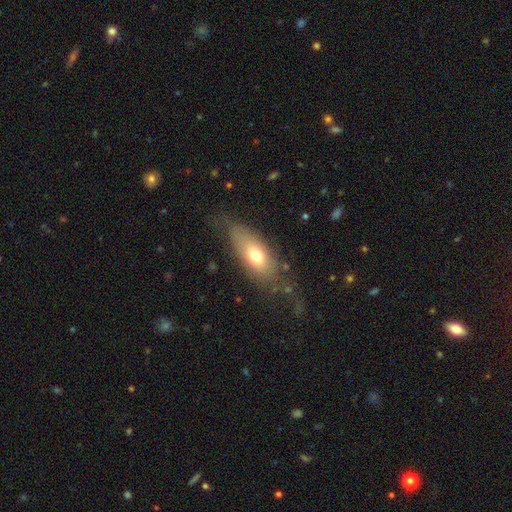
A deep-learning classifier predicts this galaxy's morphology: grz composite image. It shows a smooth galaxy with no disk features (69%) that is in between round and cigar-shaped (81%). Merging: none (58%).